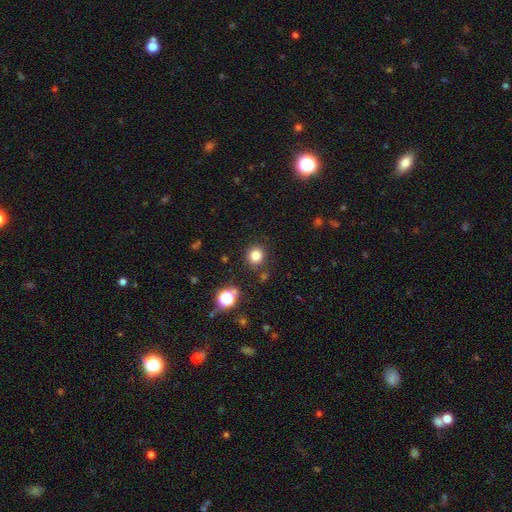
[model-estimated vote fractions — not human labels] Smooth or featured? smooth (80%)
How rounded? round (88%)
Merging? none (86%)